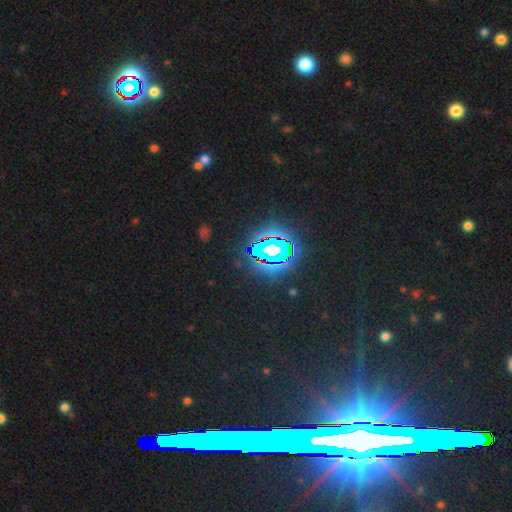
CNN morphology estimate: This is clearly a star or artifact rather than a galaxy (81%).